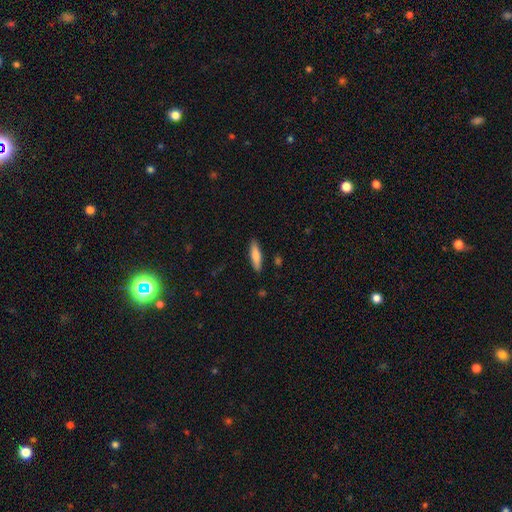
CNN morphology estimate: This appears to be a smooth galaxy with no disk features (79%) that is cigar-shaped (71%). Merging: none (89%).